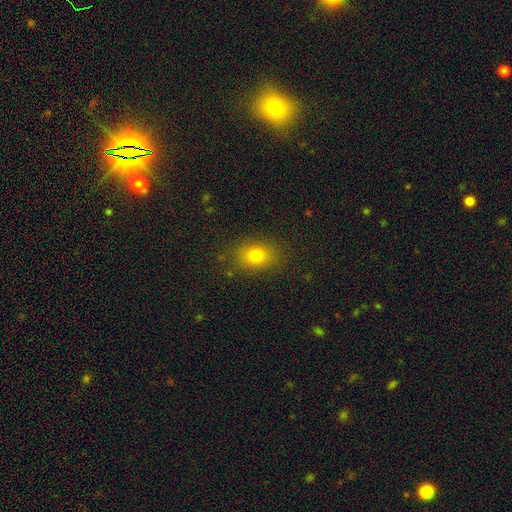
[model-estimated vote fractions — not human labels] A smooth galaxy with no disk features (77%) that is in between round and cigar-shaped (64%).

Vote fractions:
- Smooth or featured? smooth: 77% / star or artifact: 13% / featured or disk: 10%
- How rounded? in between: 64% / round: 34% / cigar-shaped: 2%
- Merging? none: 84% / minor disturbance: 11% / major disturbance: 4% / merger: 1%